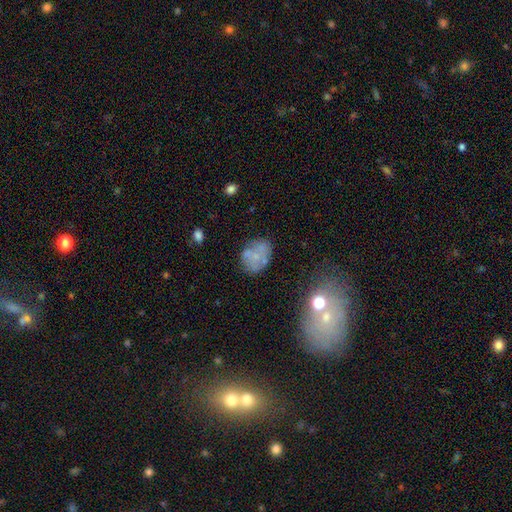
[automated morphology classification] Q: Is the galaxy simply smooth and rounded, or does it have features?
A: smooth — 50%.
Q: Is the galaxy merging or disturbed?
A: none — 55%.